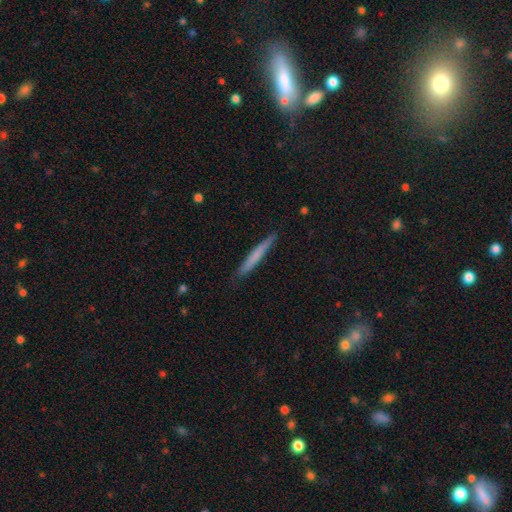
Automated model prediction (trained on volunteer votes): Smooth or featured: smooth — 65% (featured or disk — 30%)
How rounded: cigar-shaped — 97% (in between — 2%)
Merging: none — 89% (minor disturbance — 9%)